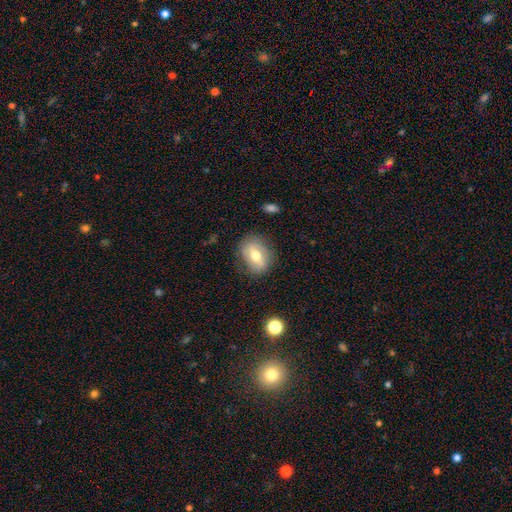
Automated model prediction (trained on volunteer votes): smooth-or-featured: smooth: 53% | featured or disk: 39% | star or artifact: 8%
  how-rounded: in between: 63% | round: 36% | cigar-shaped: 2%
  merging: none: 78% | minor disturbance: 15% | major disturbance: 5% | merger: 1%